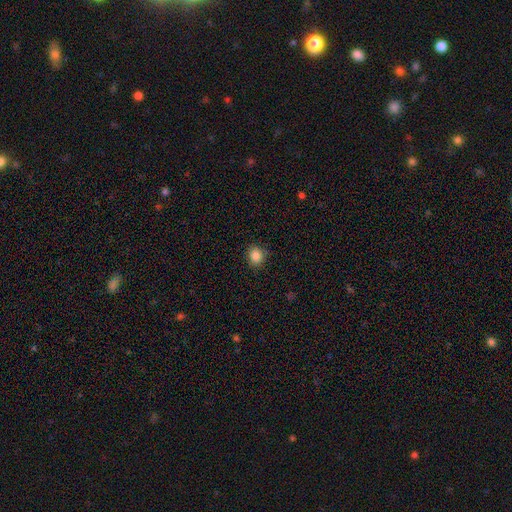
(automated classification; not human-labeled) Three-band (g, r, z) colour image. It shows a smooth galaxy with no disk features (86%) that is round (72%). Merging: none (86%).